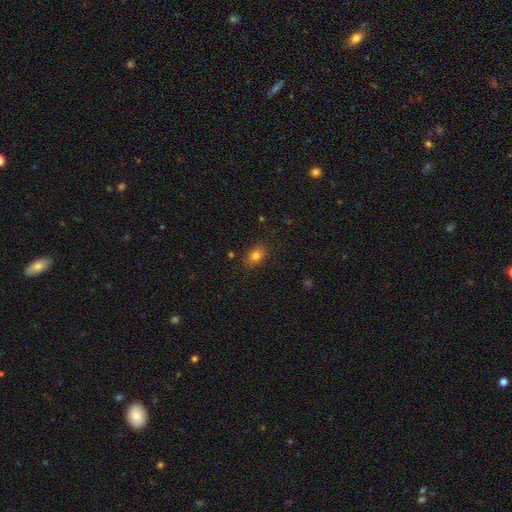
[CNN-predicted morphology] Smooth or featured?
  - smooth: 81% *
  - star or artifact: 12%
  - featured or disk: 8%
How rounded?
  - in between: 69% *
  - round: 29%
  - cigar-shaped: 1%
Merging?
  - none: 84% *
  - minor disturbance: 12%
  - major disturbance: 3%
  - merger: 1%